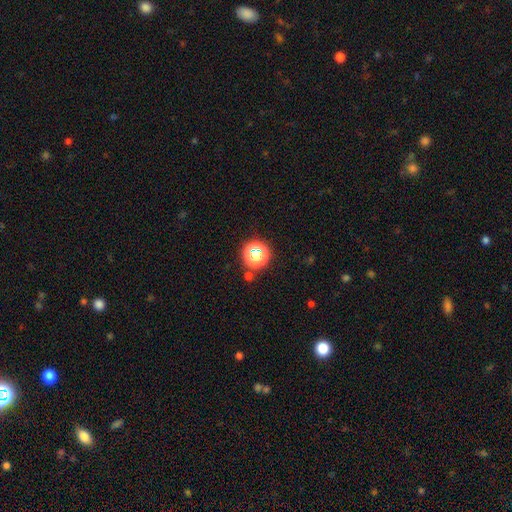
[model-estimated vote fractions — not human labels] A smooth galaxy with no disk features (49%). Merging: none (73%).